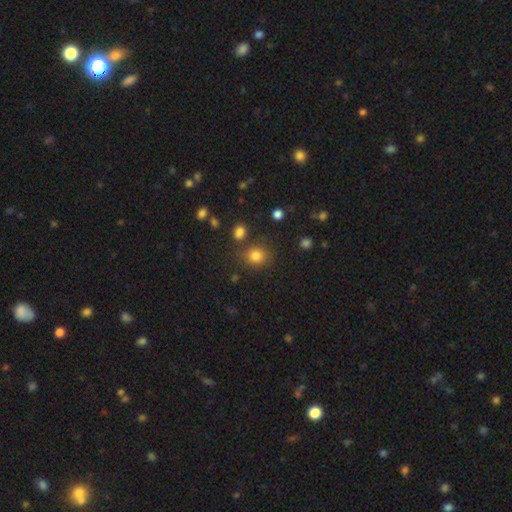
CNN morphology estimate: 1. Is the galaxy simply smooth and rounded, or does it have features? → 80% smooth, 13% star or artifact, 6% featured or disk.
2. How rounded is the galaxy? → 74% round, 25% in between, 1% cigar-shaped.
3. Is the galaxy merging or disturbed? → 76% none, 12% minor disturbance, 8% merger, 5% major disturbance.